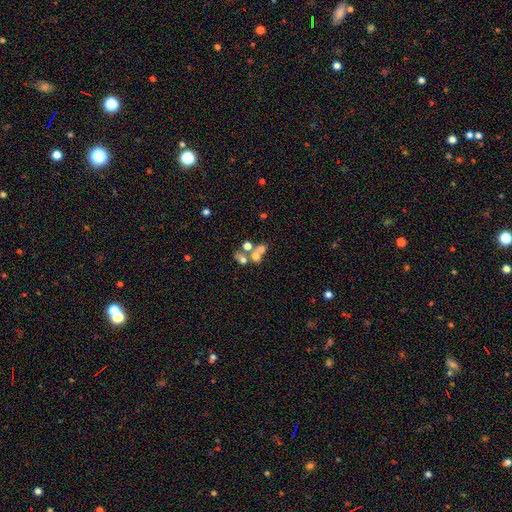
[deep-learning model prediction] Overall: smooth (53%; featured or disk 29%). How rounded: round (63%; in between 35%). Merging: merger (58%; none 28%).